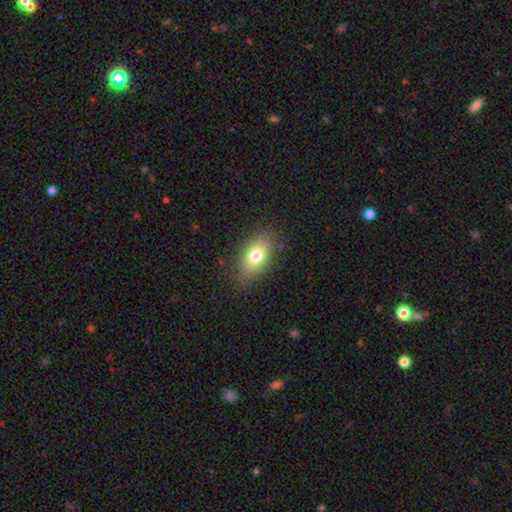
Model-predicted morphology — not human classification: Smooth or featured?
  - smooth: 75% *
  - featured or disk: 15%
  - star or artifact: 9%
How rounded?
  - in between: 86% *
  - round: 10%
  - cigar-shaped: 4%
Merging?
  - none: 82% *
  - minor disturbance: 13%
  - major disturbance: 4%
  - merger: 1%